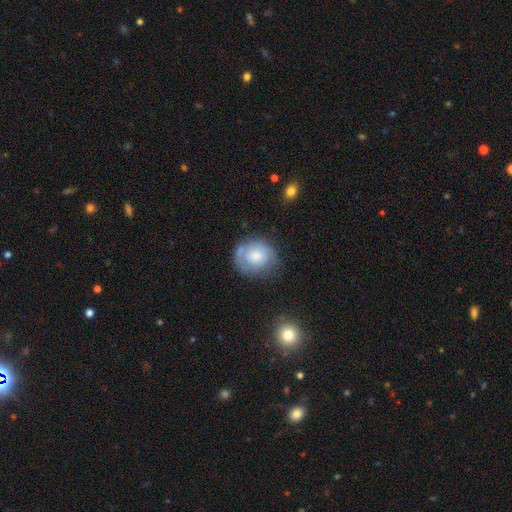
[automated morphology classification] The model was most divided on "smooth or featured": smooth: 61%, featured or disk: 32%, star or artifact: 8%. More confident: how rounded — round (81%); merging — none (59%).